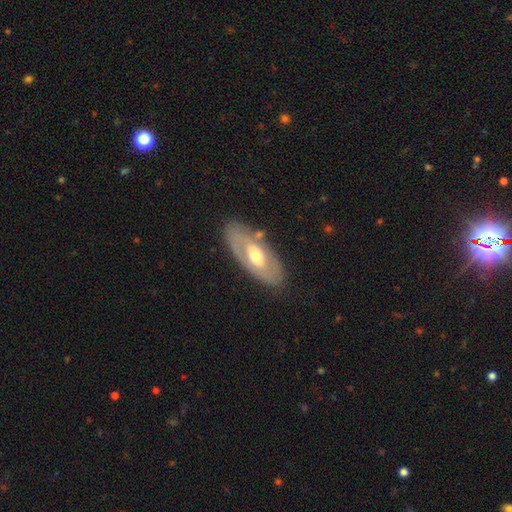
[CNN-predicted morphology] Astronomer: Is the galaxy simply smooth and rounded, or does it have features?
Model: featured or disk — 60%.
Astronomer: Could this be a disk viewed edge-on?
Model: no — 83%.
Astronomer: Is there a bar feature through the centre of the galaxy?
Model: no — 69%.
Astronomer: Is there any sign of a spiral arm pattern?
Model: no — 73%.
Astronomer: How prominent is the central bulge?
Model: moderate — 71%.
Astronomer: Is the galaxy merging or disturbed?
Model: none — 78%.